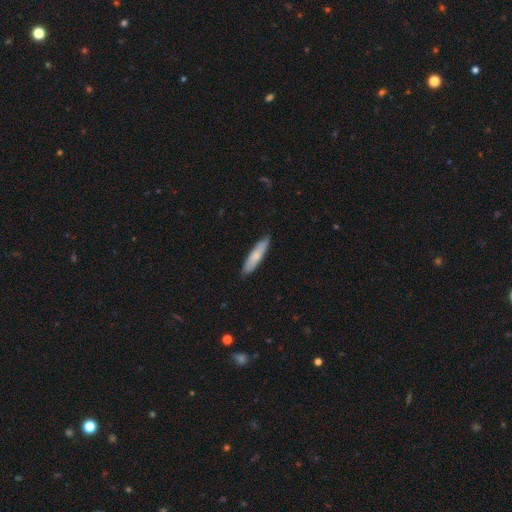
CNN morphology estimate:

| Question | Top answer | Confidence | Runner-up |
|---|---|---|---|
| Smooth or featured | smooth | 74% | featured or disk (21%) |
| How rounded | cigar-shaped | 81% | in between (18%) |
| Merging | none | 88% | minor disturbance (10%) |